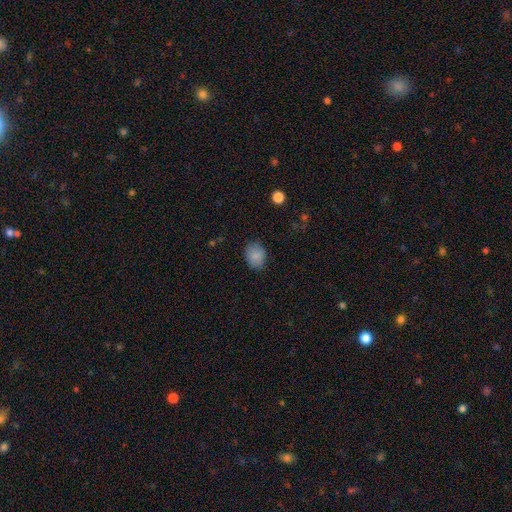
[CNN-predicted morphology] Smooth or featured: smooth — 85% (star or artifact — 9%)
How rounded: in between — 56% (round — 43%)
Merging: none — 81% (minor disturbance — 15%)